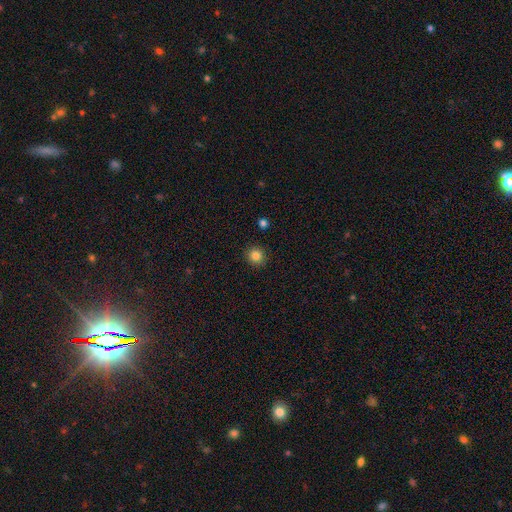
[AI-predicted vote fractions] A smooth galaxy with no disk features (84%) that is round (92%).

Vote fractions:
- Smooth or featured? smooth: 84% / star or artifact: 11% / featured or disk: 4%
- How rounded? round: 92% / in between: 7% / cigar-shaped: 1%
- Merging? none: 91% / minor disturbance: 6% / major disturbance: 2% / merger: 2%